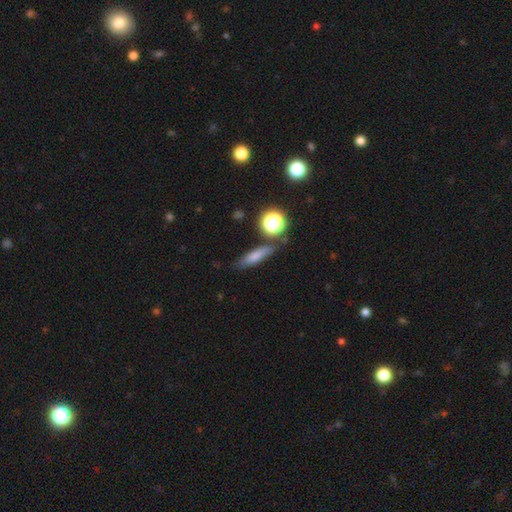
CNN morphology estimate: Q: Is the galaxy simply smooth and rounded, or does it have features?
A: smooth — 71%.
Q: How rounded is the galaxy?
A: cigar-shaped — 62%.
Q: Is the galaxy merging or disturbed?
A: none — 76%.